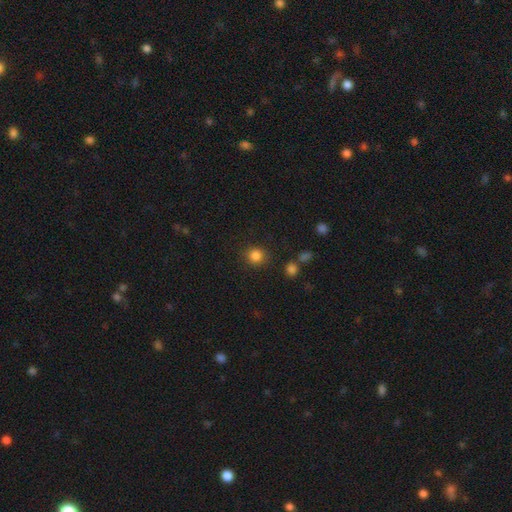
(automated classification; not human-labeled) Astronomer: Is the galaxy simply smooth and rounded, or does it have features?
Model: smooth — 84%.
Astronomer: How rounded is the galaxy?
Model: round — 90%.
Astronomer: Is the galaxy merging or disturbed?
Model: none — 87%.